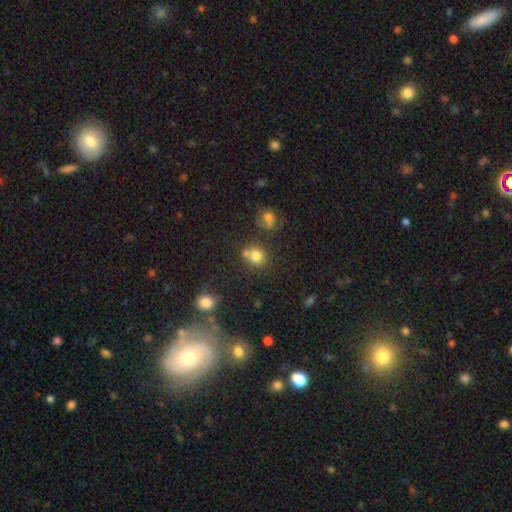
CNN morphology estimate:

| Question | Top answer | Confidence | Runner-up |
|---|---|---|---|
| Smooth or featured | smooth | 76% | star or artifact (14%) |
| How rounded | round | 77% | in between (22%) |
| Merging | none | 53% | merger (29%) |